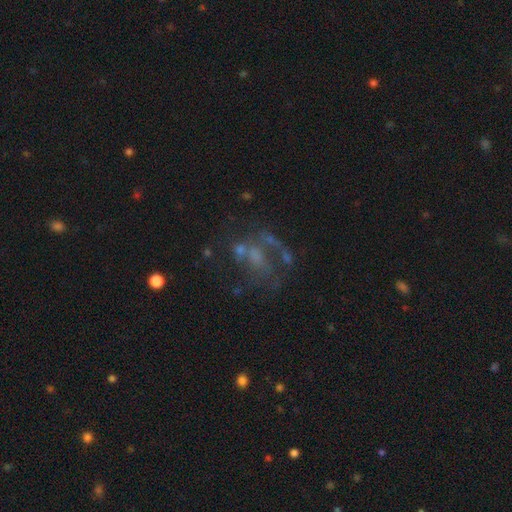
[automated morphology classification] featured or disk 59%, star or artifact 21%, smooth 20%. Down the decision tree: edge-on disk — no (97%); bar — no (71%); spiral arms — no (56%); bulge size — none (48%); merging — none (38%).